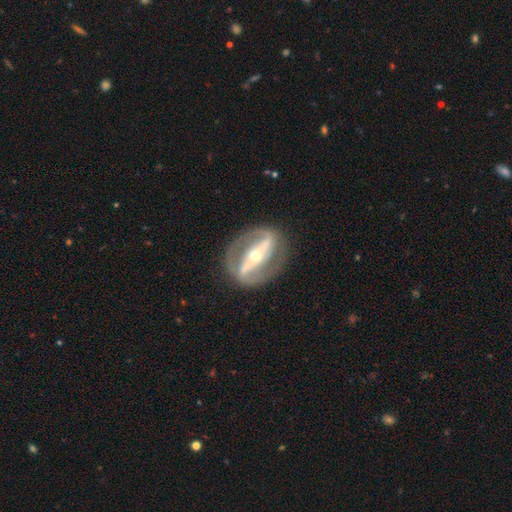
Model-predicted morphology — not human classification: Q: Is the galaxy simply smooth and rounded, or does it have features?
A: featured or disk — 86%.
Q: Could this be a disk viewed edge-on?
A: no — 91%.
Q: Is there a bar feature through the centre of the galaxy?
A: strong — 72%.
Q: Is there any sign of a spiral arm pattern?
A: yes — 76%.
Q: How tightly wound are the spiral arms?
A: medium — 43%.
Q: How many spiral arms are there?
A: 2 — 87%.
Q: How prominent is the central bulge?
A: small — 48%.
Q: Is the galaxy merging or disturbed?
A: none — 81%.